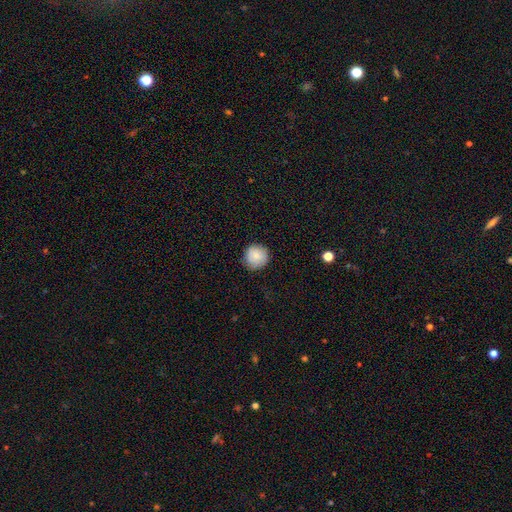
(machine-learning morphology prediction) smooth_or_featured: smooth (p=0.81) [alt: featured or disk p=0.11]
how_rounded: round (p=0.92) [alt: in between p=0.07]
merging: none (p=0.82) [alt: minor disturbance p=0.14]